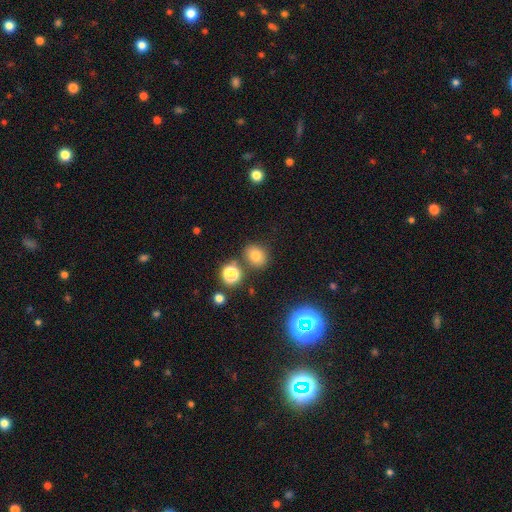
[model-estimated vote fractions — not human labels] Smooth or featured? smooth (72%)
How rounded? round (66%)
Merging? none (78%)